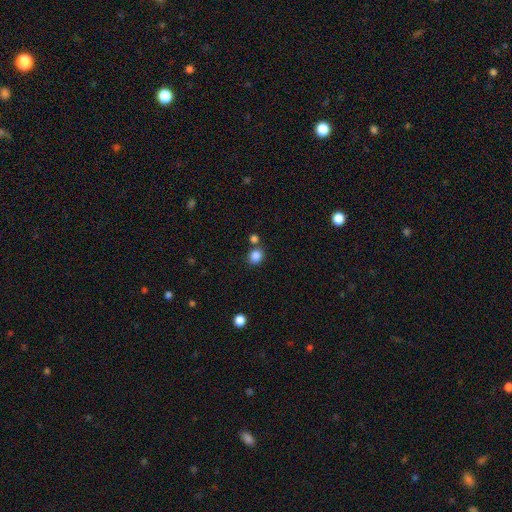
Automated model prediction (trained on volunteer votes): smooth-or-featured: smooth: 86% | star or artifact: 10% | featured or disk: 4%
  how-rounded: round: 71% | in between: 28% | cigar-shaped: 1%
  merging: none: 73% | merger: 15% | minor disturbance: 10% | major disturbance: 3%